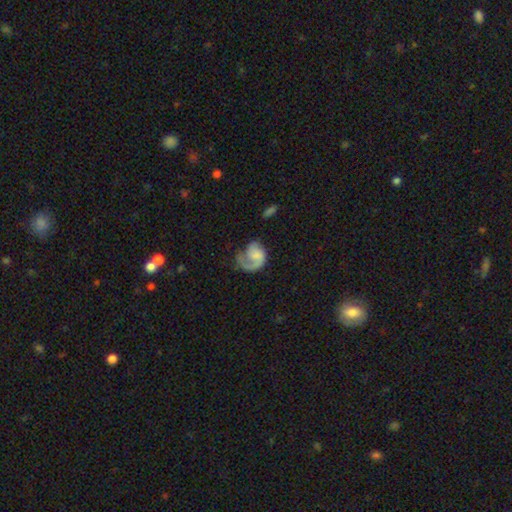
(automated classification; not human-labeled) This is likely a featured or disk galaxy (65%). It is clearly not viewed edge-on (98%). Bar: likely no (70%). Spiral arm pattern: clearly yes (89%). Spiral arm count: likely 1 (79%). Spiral winding: marginally loose (38%). Central bulge: marginally none (36%). Merging: marginally major disturbance (39%).